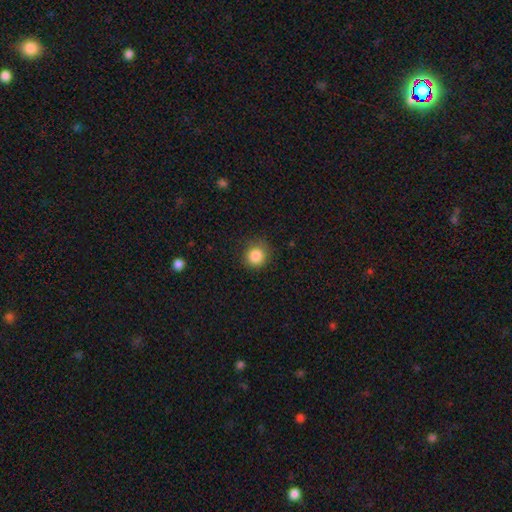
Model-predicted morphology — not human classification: Smooth or featured: smooth — 85% (star or artifact — 10%)
How rounded: round — 88% (in between — 12%)
Merging: none — 82% (minor disturbance — 13%)